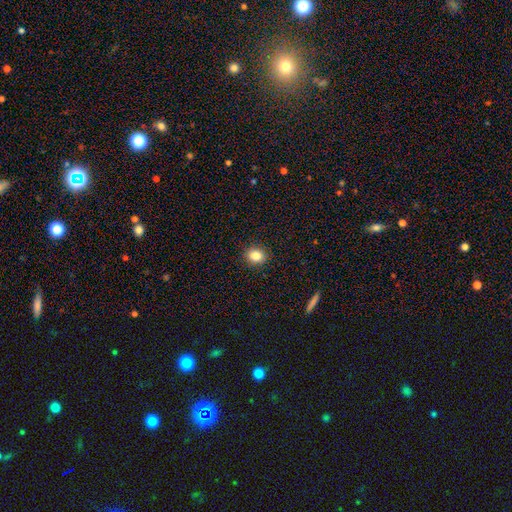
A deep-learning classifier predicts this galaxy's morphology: Smooth or featured? smooth (83%)
How rounded? round (68%)
Merging? none (91%)